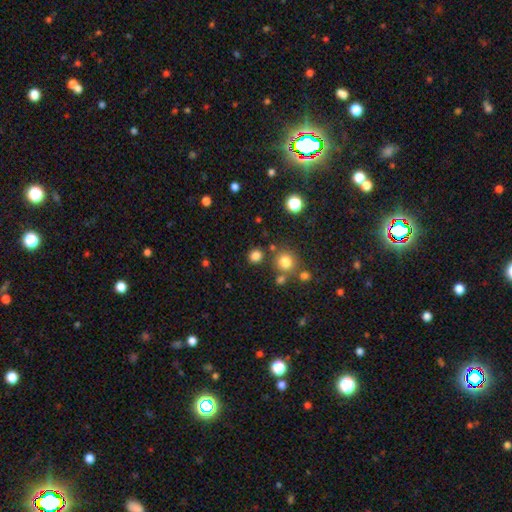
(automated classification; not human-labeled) Smooth or featured? smooth (80%)
How rounded? round (84%)
Merging? none (80%)